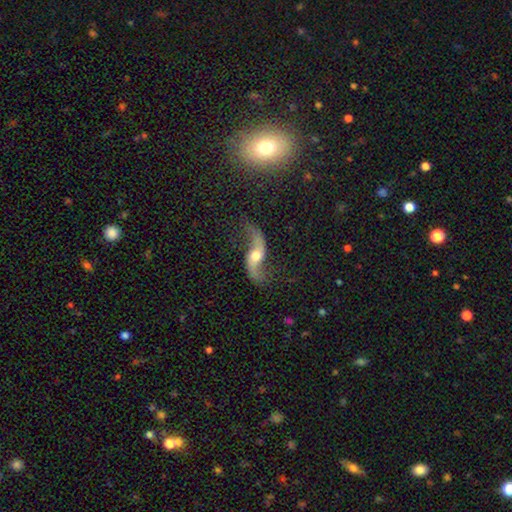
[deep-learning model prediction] Morphology: type=featured or disk (86%); edge-on=no (91%); bar=no (55%); spiral arms=yes (95%); winding=loose (92%); arm count=2 (94%); bulge=moderate (67%); merging=none (69%).